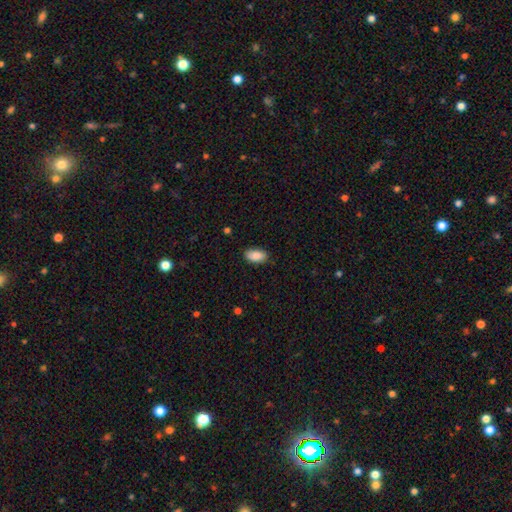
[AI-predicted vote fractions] smooth-or-featured: smooth: 89% | star or artifact: 7% | featured or disk: 4%
  how-rounded: in between: 94% | cigar-shaped: 3% | round: 3%
  merging: none: 87% | minor disturbance: 10% | major disturbance: 2% | merger: 1%